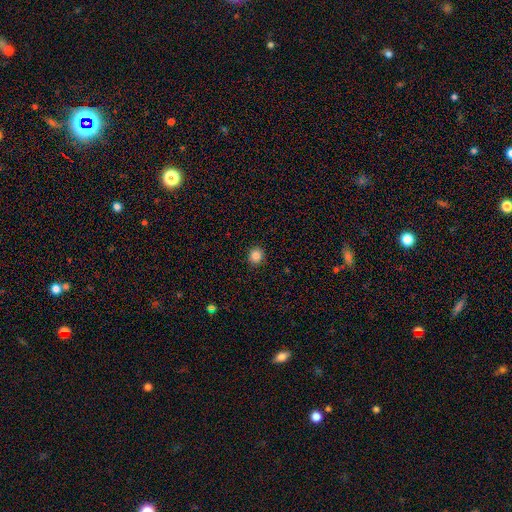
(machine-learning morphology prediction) The model was most divided on "how rounded": round: 86%, in between: 13%, cigar-shaped: 1%. More confident: merging — none (91%); smooth or featured — smooth (85%).